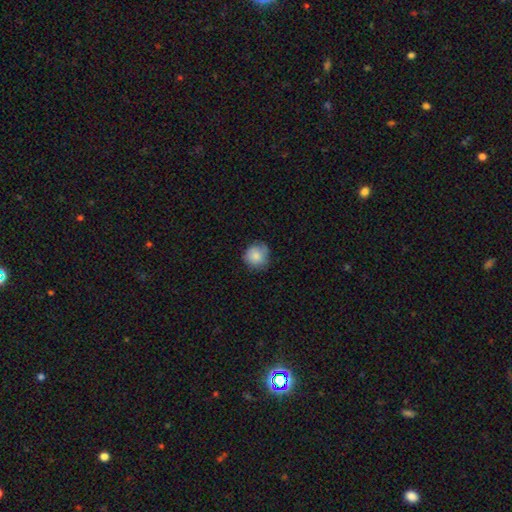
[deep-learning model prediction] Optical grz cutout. It shows a smooth galaxy with no disk features (81%) that is round (89%). Merging: none (69%).